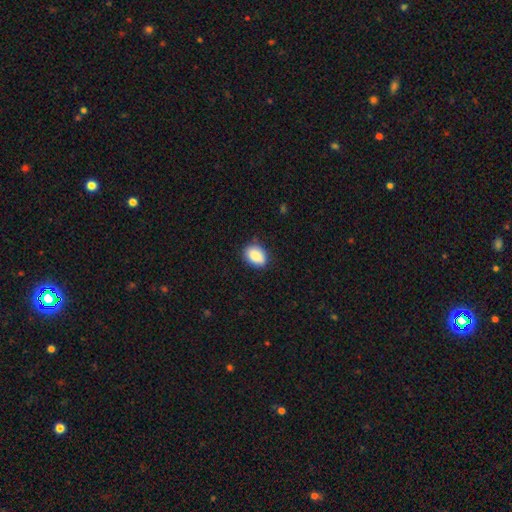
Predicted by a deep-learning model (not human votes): Overall: smooth (89%). How rounded: in between (78%). Merging: none (81%).